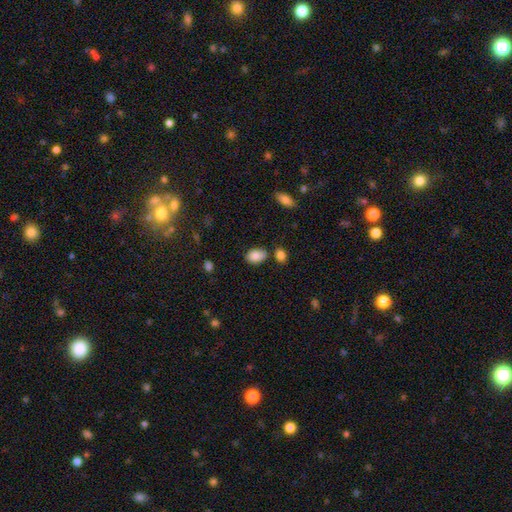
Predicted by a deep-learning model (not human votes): A smooth galaxy with no disk features (85%) that is in between round and cigar-shaped (86%).

Vote fractions:
- Smooth or featured? smooth: 85% / star or artifact: 8% / featured or disk: 7%
- How rounded? in between: 86% / round: 13% / cigar-shaped: 1%
- Merging? none: 70% / minor disturbance: 17% / merger: 9% / major disturbance: 4%